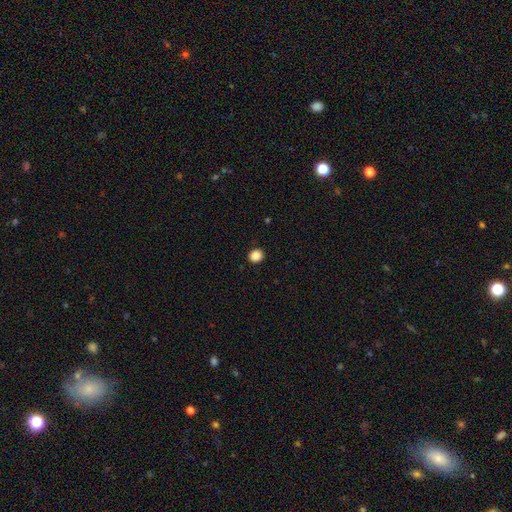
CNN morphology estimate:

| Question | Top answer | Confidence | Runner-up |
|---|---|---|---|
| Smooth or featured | smooth | 87% | star or artifact (10%) |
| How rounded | round | 84% | in between (15%) |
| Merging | none | 92% | minor disturbance (5%) |